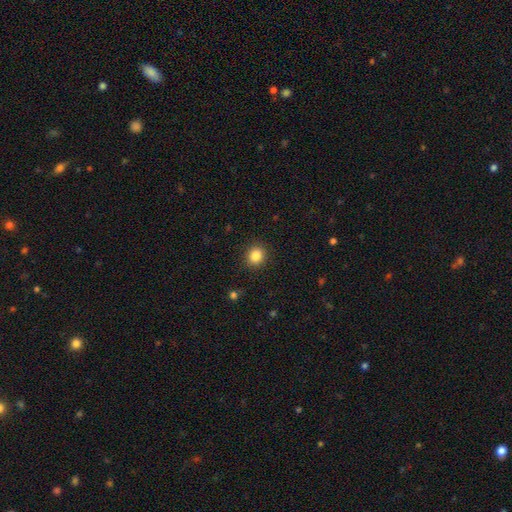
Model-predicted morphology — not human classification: A smooth galaxy with no disk features (85%) that is round (79%).

Vote fractions:
- Smooth or featured? smooth: 85% / star or artifact: 10% / featured or disk: 5%
- How rounded? round: 79% / in between: 20% / cigar-shaped: 1%
- Merging? none: 90% / minor disturbance: 7% / major disturbance: 2% / merger: 1%